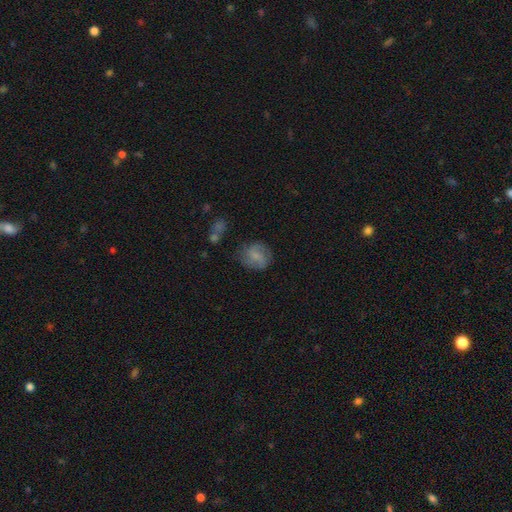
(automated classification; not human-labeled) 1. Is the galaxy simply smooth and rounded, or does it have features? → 56% smooth, 36% featured or disk, 8% star or artifact.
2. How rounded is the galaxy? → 69% round, 30% in between, 1% cigar-shaped.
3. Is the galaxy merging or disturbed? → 67% none, 21% minor disturbance, 9% major disturbance, 3% merger.